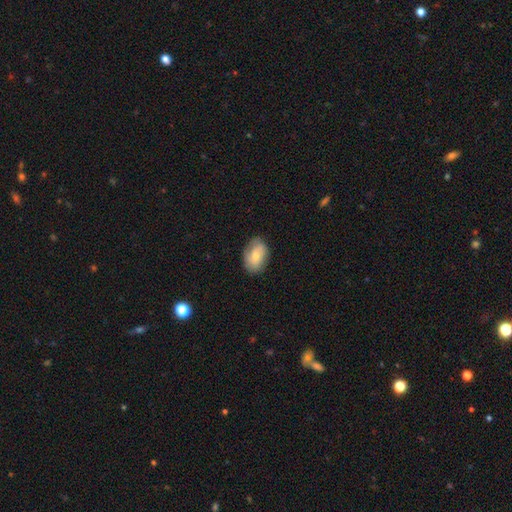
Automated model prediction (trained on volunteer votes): This appears to be a smooth galaxy with no disk features (66%) that is in between round and cigar-shaped (85%). Merging: none (76%).